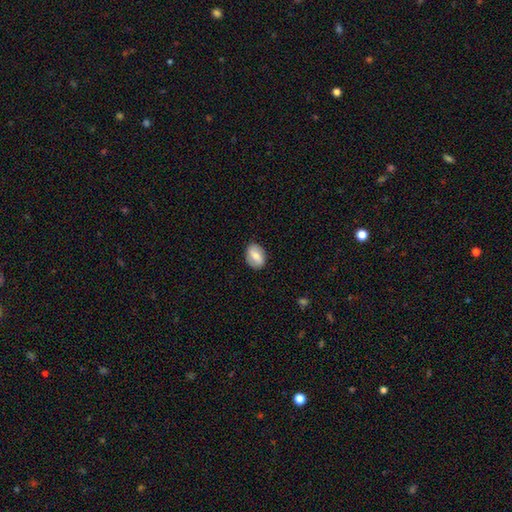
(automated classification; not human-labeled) The model was most divided on "smooth or featured": smooth: 59%, featured or disk: 34%, star or artifact: 7%. More confident: merging — none (85%); how rounded — in between (78%).